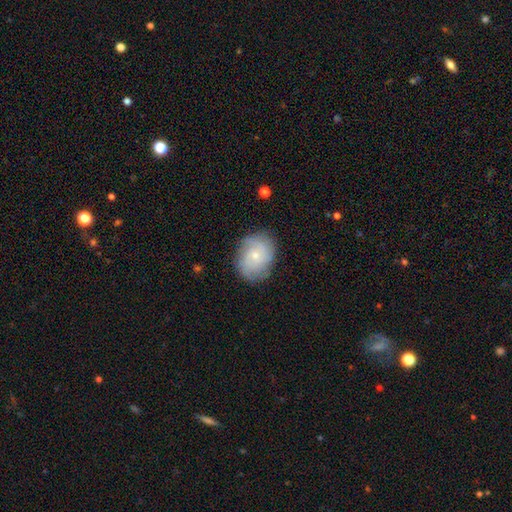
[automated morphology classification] A featured or disk galaxy (56%) with no bar (78%), spiral arms (87%) and a small central bulge (69%). Merging: none (78%).